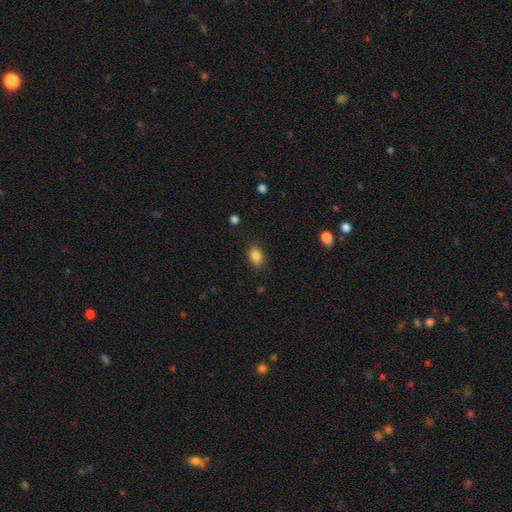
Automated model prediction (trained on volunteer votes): Overall: smooth (85%). How rounded: in between (77%). Merging: none (82%).